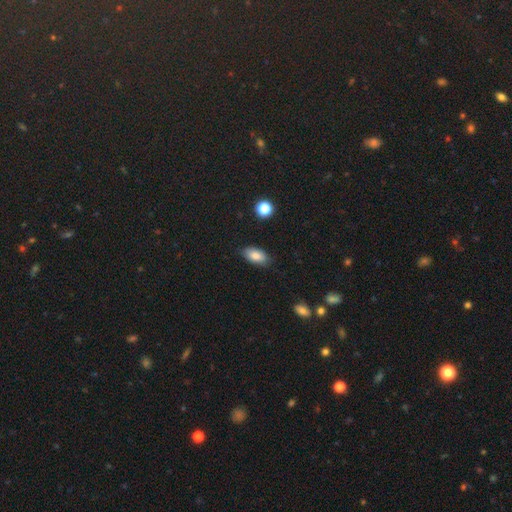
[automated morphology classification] smooth-or-featured: smooth: 84% | featured or disk: 8% | star or artifact: 8%
  how-rounded: in between: 91% | cigar-shaped: 5% | round: 4%
  merging: none: 83% | minor disturbance: 13% | major disturbance: 3% | merger: 1%